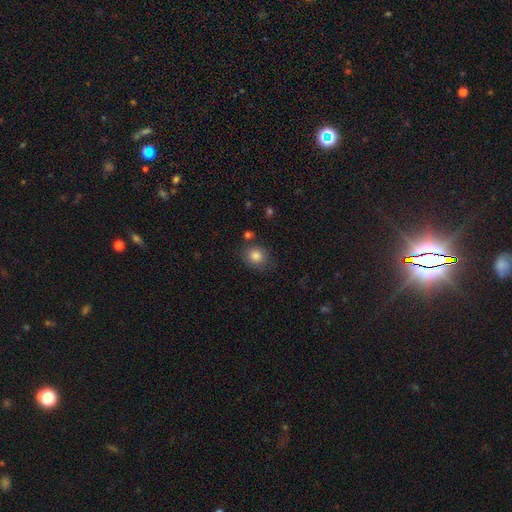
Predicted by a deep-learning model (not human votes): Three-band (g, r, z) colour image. It shows a smooth galaxy with no disk features (84%) that is round (72%). Merging: none (77%).